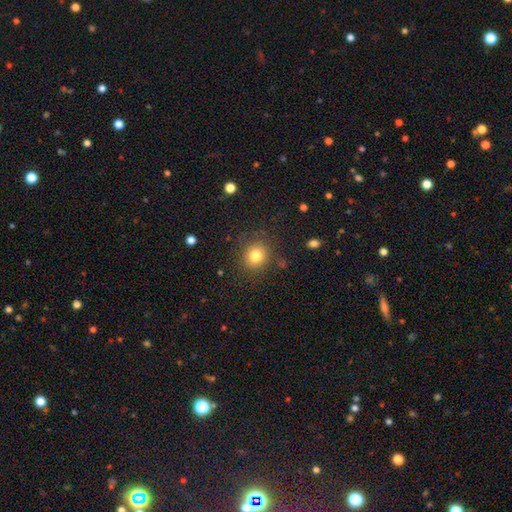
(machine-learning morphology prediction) The model was most divided on "smooth or featured": smooth: 80%, star or artifact: 12%, featured or disk: 8%. More confident: how rounded — round (84%); merging — none (84%).